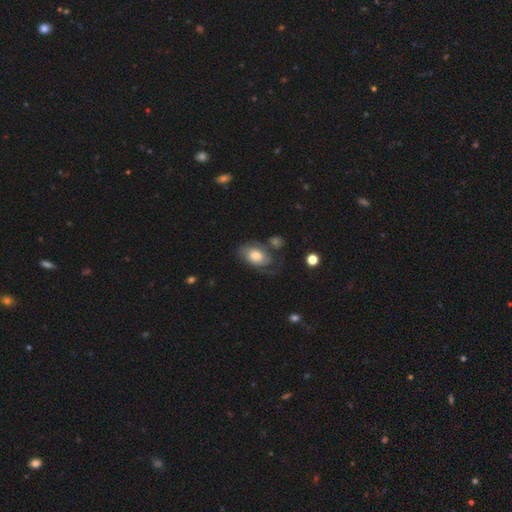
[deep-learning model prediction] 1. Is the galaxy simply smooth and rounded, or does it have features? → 50% smooth, 43% featured or disk, 7% star or artifact.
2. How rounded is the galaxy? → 85% in between, 13% round, 2% cigar-shaped.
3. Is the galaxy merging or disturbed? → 44% none, 26% minor disturbance, 22% major disturbance, 8% merger.